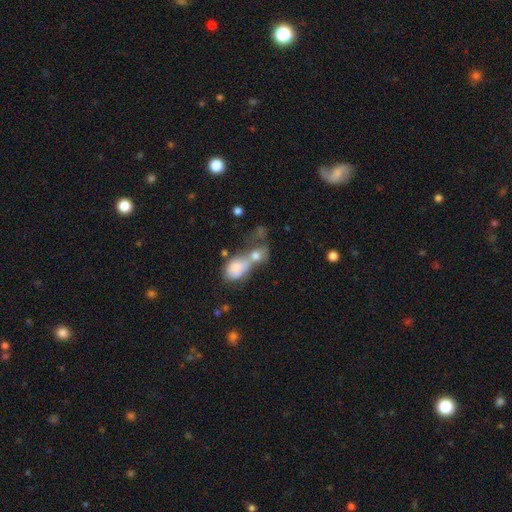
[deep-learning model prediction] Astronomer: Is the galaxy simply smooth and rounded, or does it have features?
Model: smooth — 70%.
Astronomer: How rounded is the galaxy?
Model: in between — 60% (runner-up: round, 37%).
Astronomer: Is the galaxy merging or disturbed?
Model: merger — 70%.